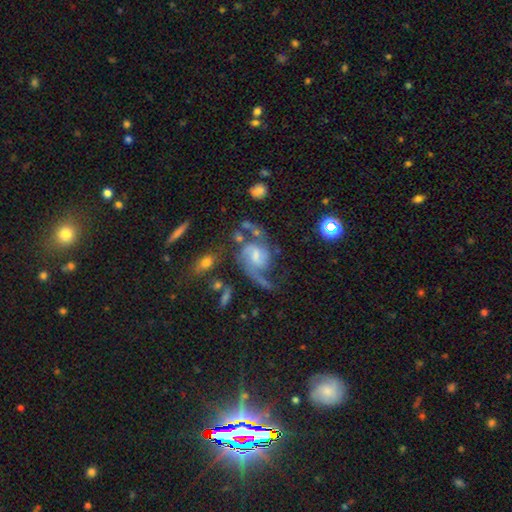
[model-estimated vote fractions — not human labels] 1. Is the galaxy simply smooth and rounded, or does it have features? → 84% featured or disk, 9% smooth, 7% star or artifact.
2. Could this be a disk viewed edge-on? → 98% no, 2% yes.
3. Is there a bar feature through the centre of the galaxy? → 53% weak, 34% no, 13% strong.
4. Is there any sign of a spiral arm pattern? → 95% yes, 5% no.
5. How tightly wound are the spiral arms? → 46% medium, 41% loose, 13% tight.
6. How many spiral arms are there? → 79% 2, 8% 1, 6% can't tell, 4% 3, 2% 4, 2% more than 4.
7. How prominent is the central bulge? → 43% small, 39% moderate, 10% none, 7% large, 2% dominant.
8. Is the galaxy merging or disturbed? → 44% none, 27% major disturbance, 19% minor disturbance, 11% merger.